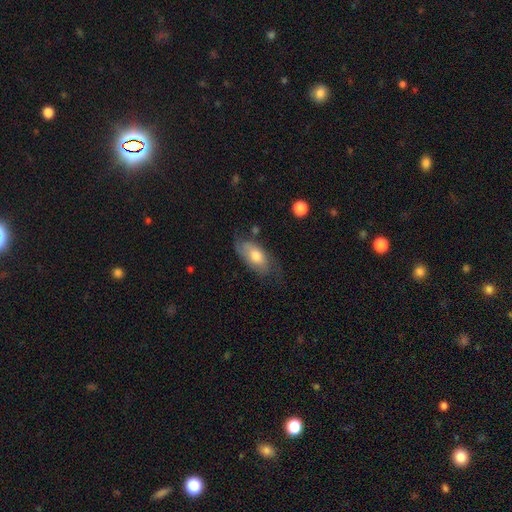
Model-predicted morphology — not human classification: smooth-or-featured: smooth: 61% | featured or disk: 32% | star or artifact: 7%
  how-rounded: in between: 89% | cigar-shaped: 7% | round: 4%
  merging: none: 56% | minor disturbance: 29% | major disturbance: 12% | merger: 2%